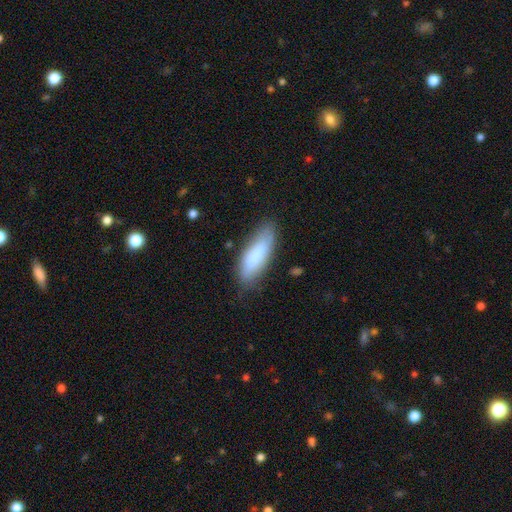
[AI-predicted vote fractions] smooth 80%, featured or disk 14%, star or artifact 6%. Down the decision tree: how rounded — in between (58%); merging — none (75%).